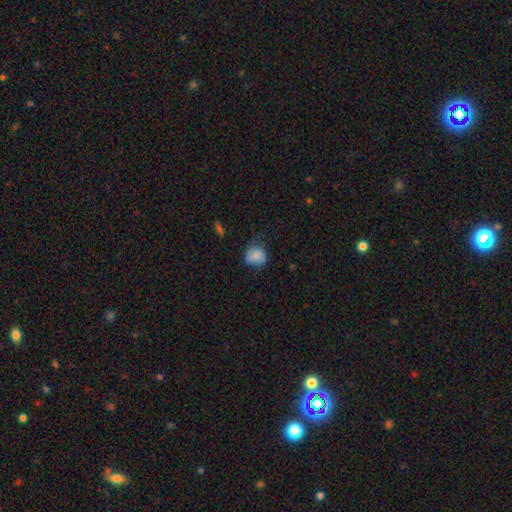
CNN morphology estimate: A smooth galaxy with no disk features (76%) that is round (72%). Merging: none (55%).